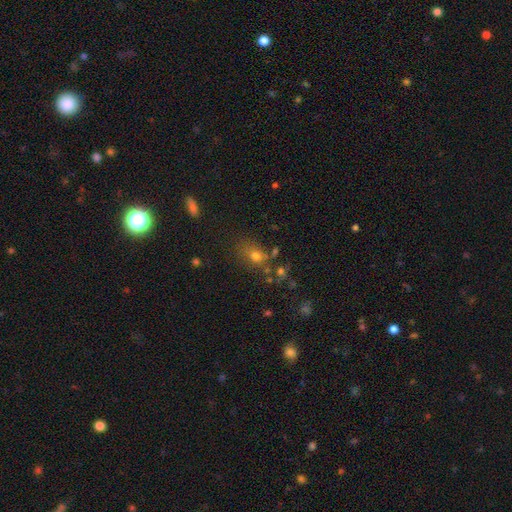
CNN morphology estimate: Smooth or featured?
  - smooth: 66% *
  - star or artifact: 22%
  - featured or disk: 12%
How rounded?
  - in between: 54% *
  - round: 44%
  - cigar-shaped: 2%
Merging?
  - none: 63% *
  - minor disturbance: 17%
  - merger: 13%
  - major disturbance: 7%